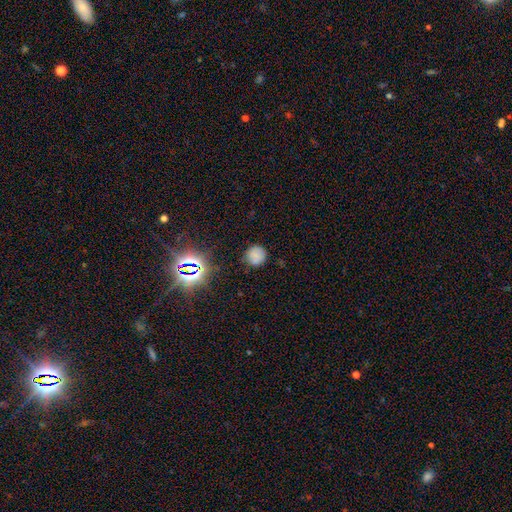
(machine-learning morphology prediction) Smooth or featured? smooth (73%)
How rounded? round (91%)
Merging? none (82%)